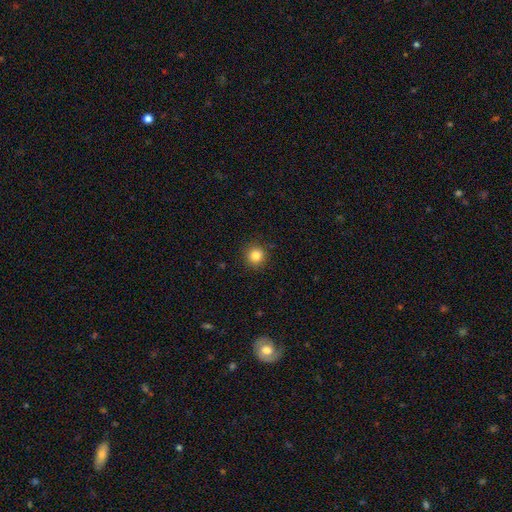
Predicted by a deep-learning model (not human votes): This appears to be a smooth galaxy with no disk features (84%) that is round (93%). Merging: none (90%).